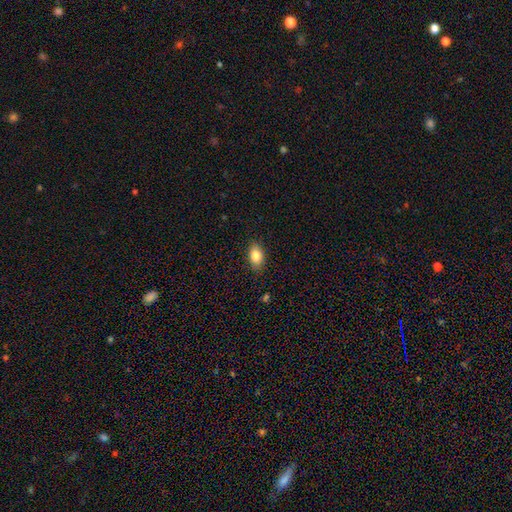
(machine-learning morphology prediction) type=smooth (84%); roundness=in between (87%); merging=none (86%).